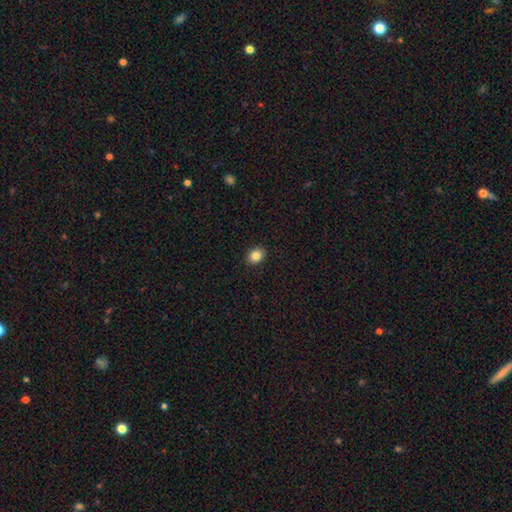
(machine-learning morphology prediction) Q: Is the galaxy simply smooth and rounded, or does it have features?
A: smooth — 85%.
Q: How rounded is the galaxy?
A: in between — 56%.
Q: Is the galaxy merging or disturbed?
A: none — 91%.